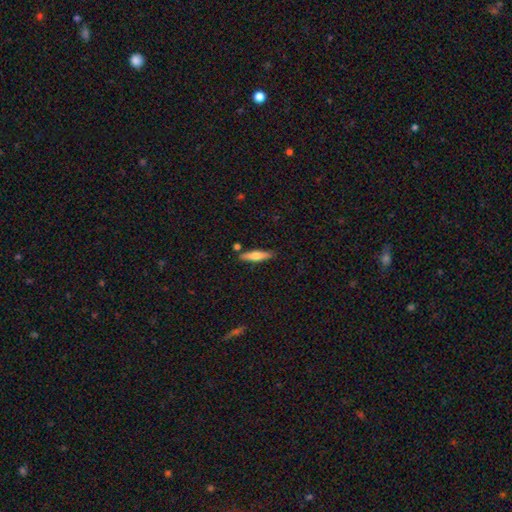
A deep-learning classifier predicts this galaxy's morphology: type=smooth (58%); roundness=cigar-shaped (78%); merging=none (84%).